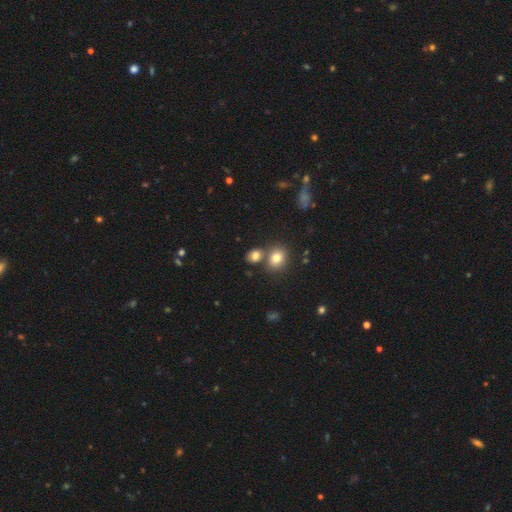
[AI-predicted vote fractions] Smooth or featured? Predicted: smooth (p=0.78). How rounded? Predicted: round (p=0.52). Merging? Predicted: none (p=0.61).